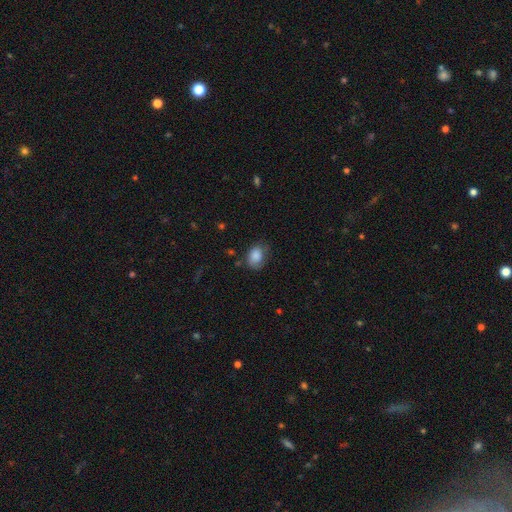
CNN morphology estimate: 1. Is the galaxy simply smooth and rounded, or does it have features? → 83% smooth, 9% featured or disk, 8% star or artifact.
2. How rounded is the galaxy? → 74% in between, 25% round, 1% cigar-shaped.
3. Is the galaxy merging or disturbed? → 58% none, 30% minor disturbance, 10% major disturbance, 2% merger.